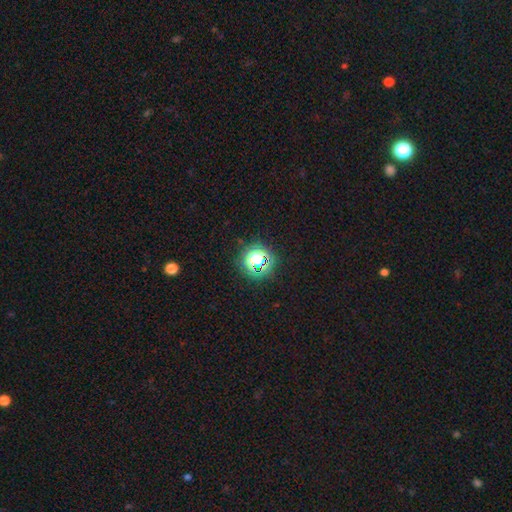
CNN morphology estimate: A star or artifact, not a galaxy (61%).